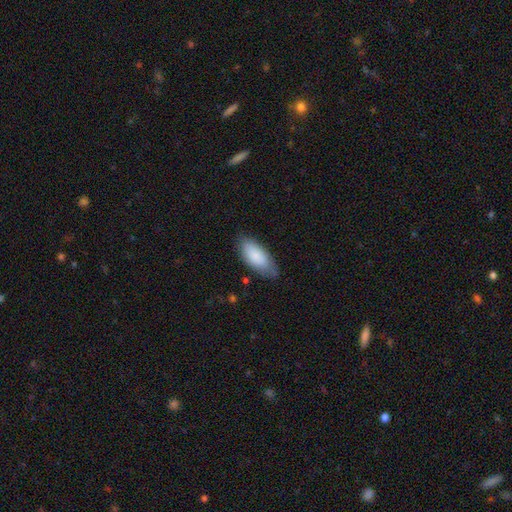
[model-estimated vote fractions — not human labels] smooth 86%, featured or disk 9%, star or artifact 6%. Down the decision tree: how rounded — in between (87%); merging — none (73%).